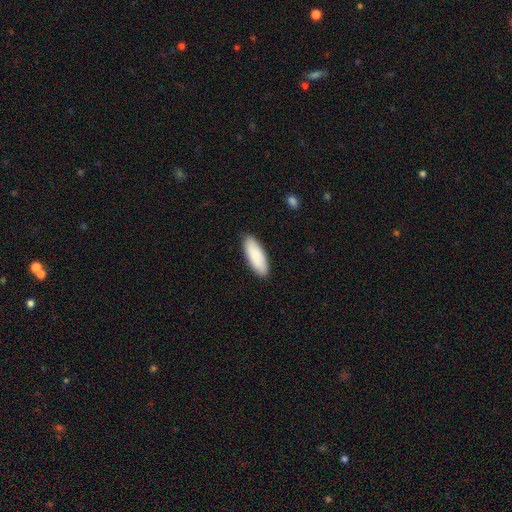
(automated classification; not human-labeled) smooth-or-featured: smooth: 87% | featured or disk: 8% | star or artifact: 5%
  how-rounded: in between: 70% | cigar-shaped: 29% | round: 2%
  merging: none: 89% | minor disturbance: 8% | major disturbance: 2% | merger: 1%